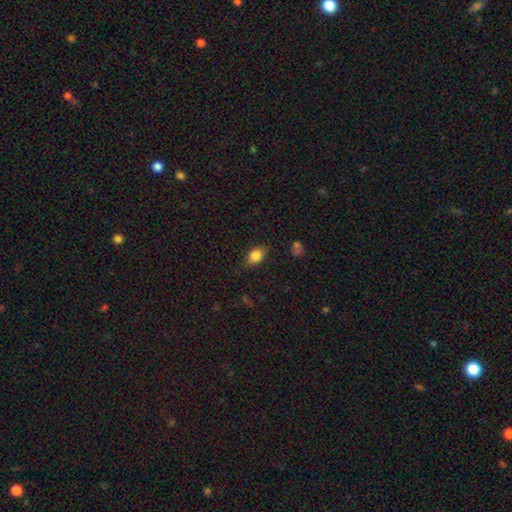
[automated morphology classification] smooth 84%, star or artifact 9%, featured or disk 7%. Down the decision tree: how rounded — in between (74%); merging — none (79%).